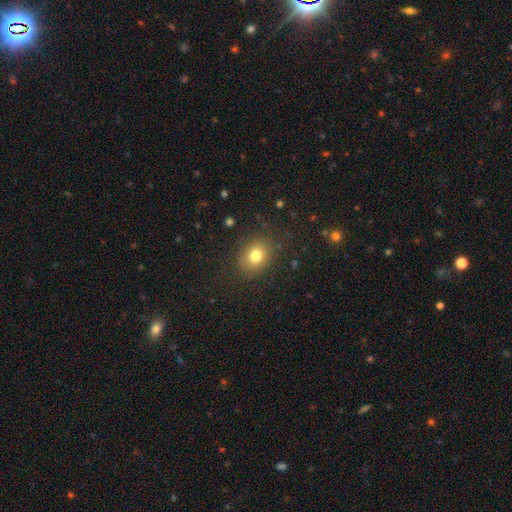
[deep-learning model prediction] Smooth or featured? Predicted: smooth (p=0.78). How rounded? Predicted: round (p=0.59). Merging? Predicted: none (p=0.84).